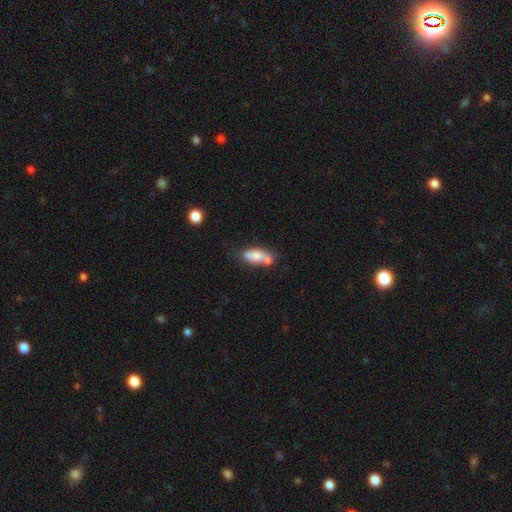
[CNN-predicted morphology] A smooth galaxy with no disk features (70%) that is in between round and cigar-shaped (78%).

Vote fractions:
- Smooth or featured? smooth: 70% / featured or disk: 21% / star or artifact: 8%
- How rounded? in between: 78% / cigar-shaped: 16% / round: 5%
- Merging? merger: 39% / none: 37% / minor disturbance: 17% / major disturbance: 7%